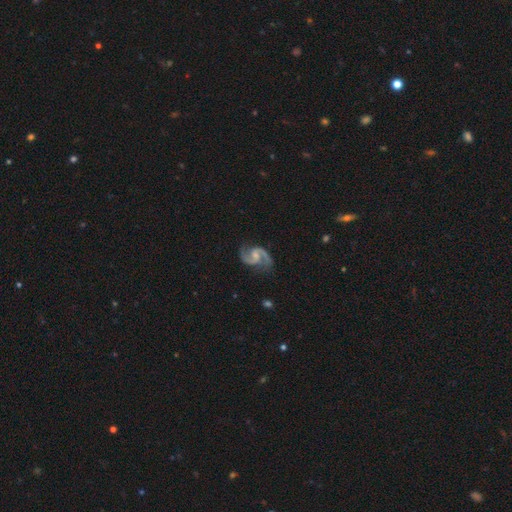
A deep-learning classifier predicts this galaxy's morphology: The model was most divided on "bulge size": small: 49%, moderate: 32%, none: 17%, large: 2%, dominant: 1%. More confident: edge-on disk — no (98%); spiral arms — yes (98%); spiral arm count — 2 (94%); smooth or featured — featured or disk (92%); merging — none (77%); spiral winding — medium (58%); bar — weak (52%).